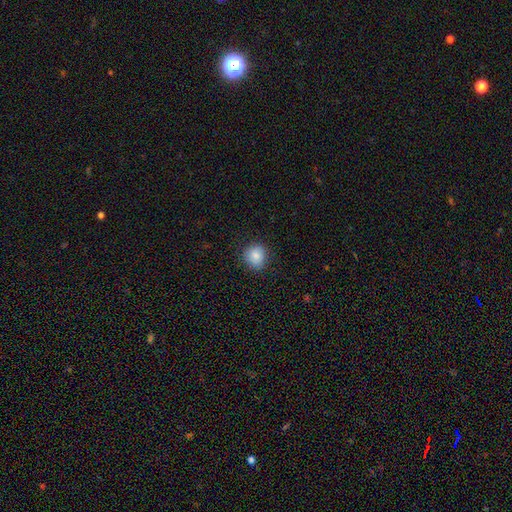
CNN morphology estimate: The model was most divided on "how rounded": round: 84%, in between: 15%, cigar-shaped: 1%. More confident: smooth or featured — smooth (84%); merging — none (84%).